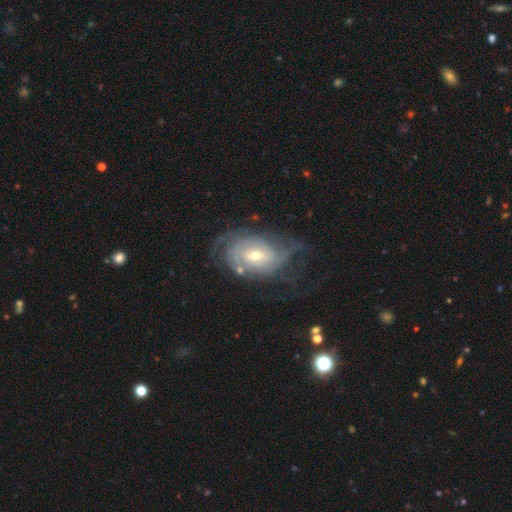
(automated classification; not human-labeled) Q: Smooth or featured?
A: featured or disk (81%); runner-up: smooth (12%)
Q: Edge-on disk?
A: no (96%); runner-up: yes (4%)
Q: Bar?
A: no (52%); runner-up: weak (39%)
Q: Spiral arms?
A: yes (91%); runner-up: no (9%)
Q: Spiral winding?
A: tight (58%); runner-up: medium (29%)
Q: Spiral arm count?
A: can't tell (43%); runner-up: 2 (25%)
Q: Bulge size?
A: small (49%); runner-up: moderate (47%)
Q: Merging?
A: none (55%); runner-up: minor disturbance (22%)